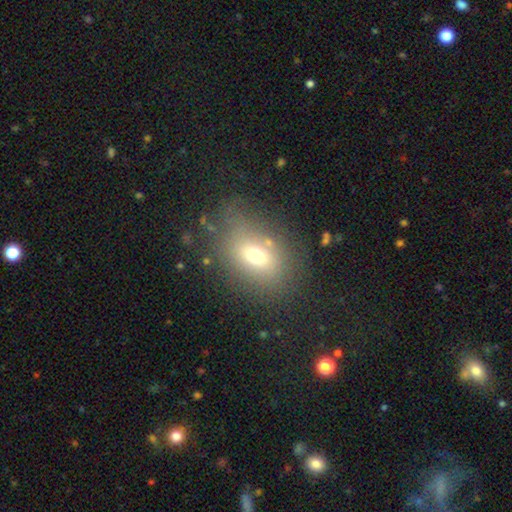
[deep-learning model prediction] This appears to be a smooth galaxy with no disk features (65%) that is in between round and cigar-shaped (71%). Merging: none (74%).